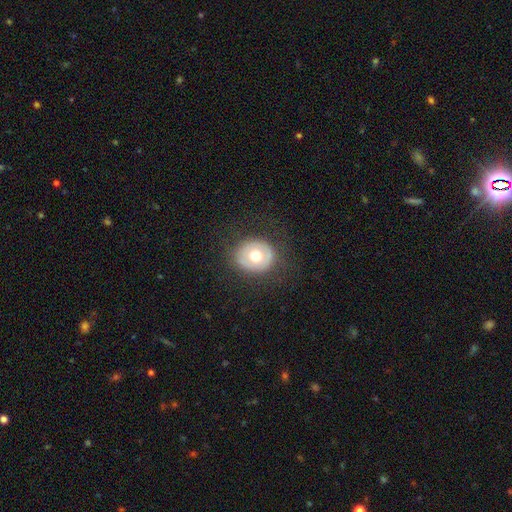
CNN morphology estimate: A smooth galaxy with no disk features (57%) that is round (77%). Merging: none (82%).